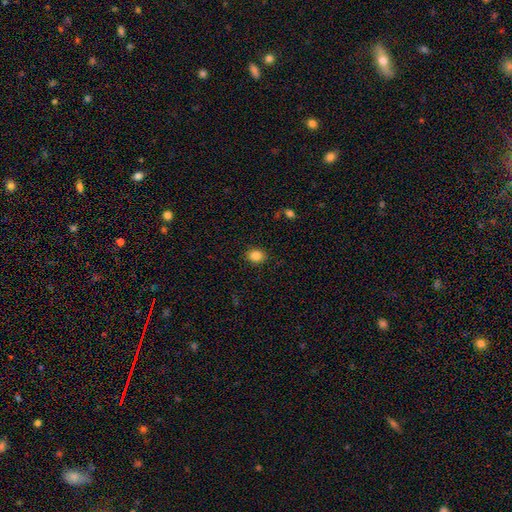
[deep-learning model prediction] Smooth or featured: smooth — 85% (star or artifact — 10%)
How rounded: round — 56% (in between — 43%)
Merging: none — 89% (minor disturbance — 8%)